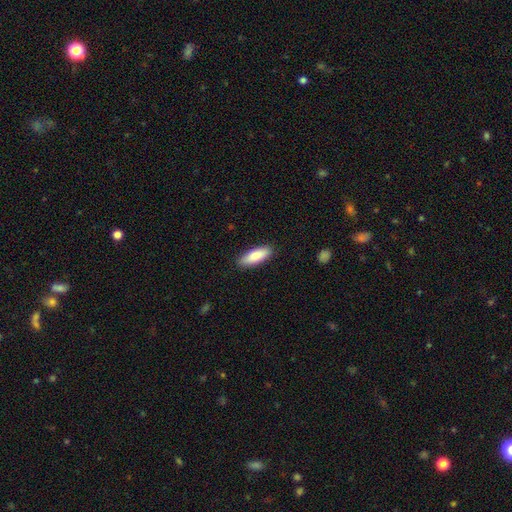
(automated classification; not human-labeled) Smooth or featured: smooth — 85% (featured or disk — 9%)
How rounded: in between — 62% (cigar-shaped — 36%)
Merging: none — 89% (minor disturbance — 8%)